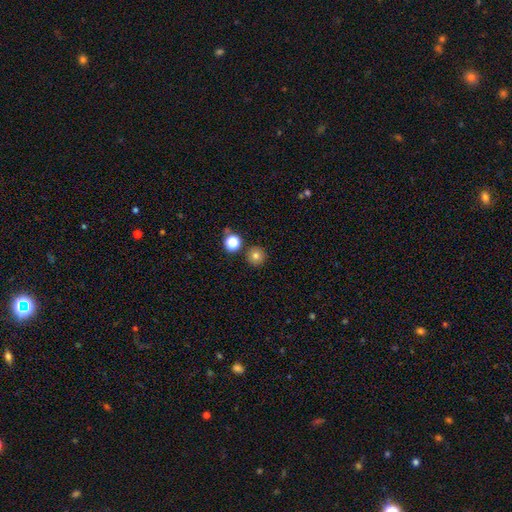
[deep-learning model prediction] Smooth or featured?
  - smooth: 78% *
  - star or artifact: 15%
  - featured or disk: 7%
How rounded?
  - round: 95% *
  - in between: 4%
  - cigar-shaped: 1%
Merging?
  - none: 87% *
  - minor disturbance: 6%
  - merger: 5%
  - major disturbance: 2%